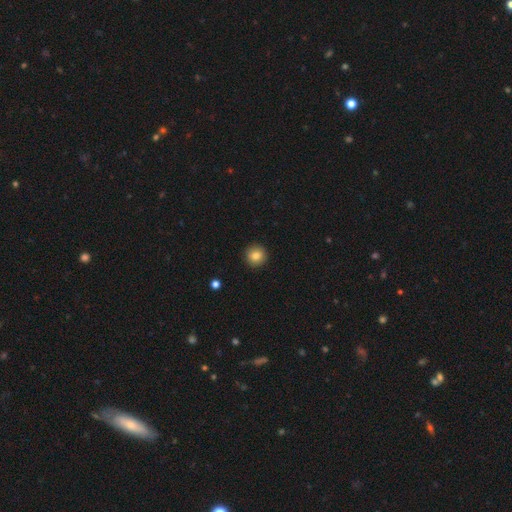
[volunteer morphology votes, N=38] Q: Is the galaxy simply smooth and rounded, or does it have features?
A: smooth — 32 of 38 (84%).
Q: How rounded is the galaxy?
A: round — 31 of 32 (97%).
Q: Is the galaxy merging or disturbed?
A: none — 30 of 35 (86%).